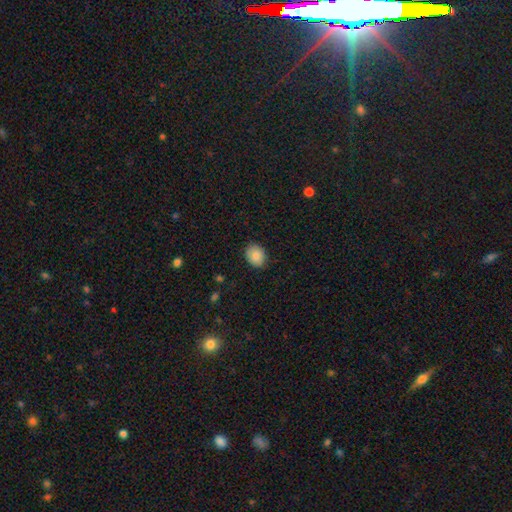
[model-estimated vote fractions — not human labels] Overall: smooth (86%). How rounded: in between (57%; round 43%). Merging: none (87%).